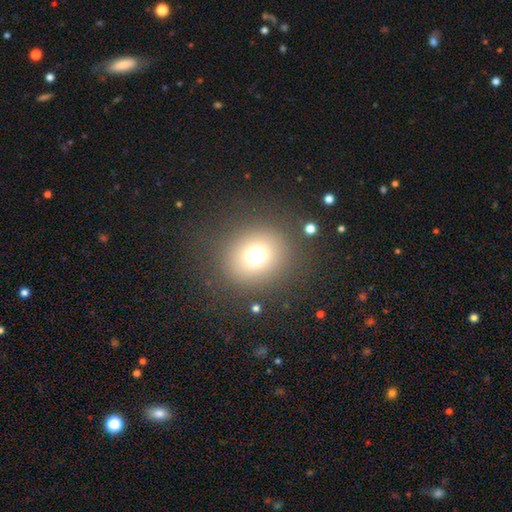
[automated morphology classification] This is likely a smooth galaxy (69%). How rounded: clearly round (85%). Merging: clearly none (84%).